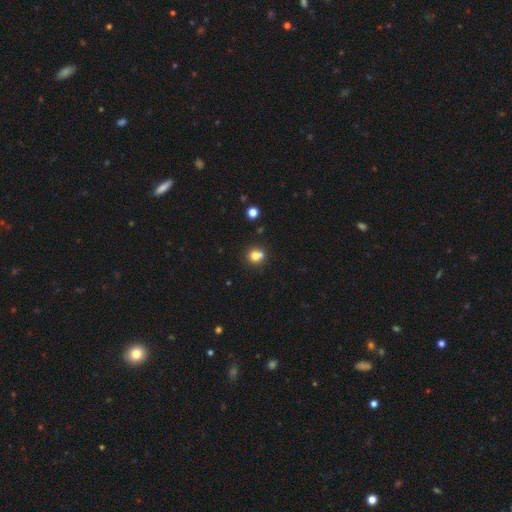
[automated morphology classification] A smooth galaxy with no disk features (76%) that is round (84%). Merging: none (54%).